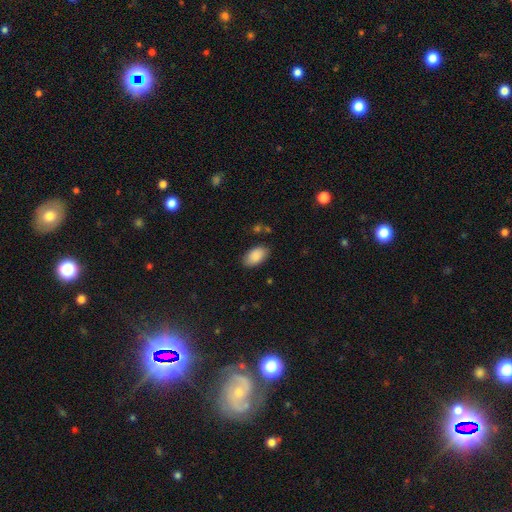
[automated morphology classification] This is clearly a smooth galaxy (90%). How rounded: clearly in between (95%). Merging: clearly none (84%).